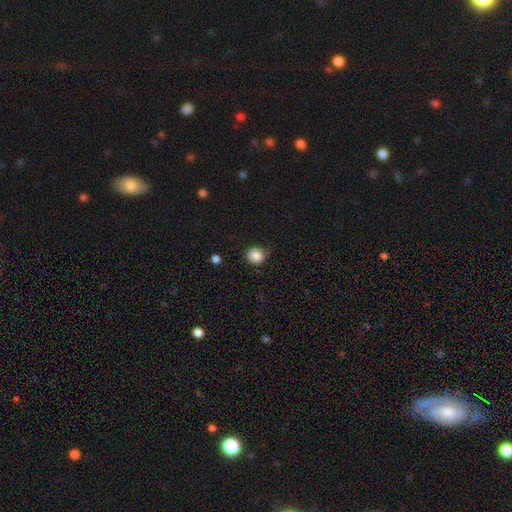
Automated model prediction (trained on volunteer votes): Smooth or featured?
  - smooth: 86% *
  - star or artifact: 10%
  - featured or disk: 4%
How rounded?
  - round: 85% *
  - in between: 14%
  - cigar-shaped: 1%
Merging?
  - none: 81% *
  - minor disturbance: 15%
  - major disturbance: 3%
  - merger: 2%